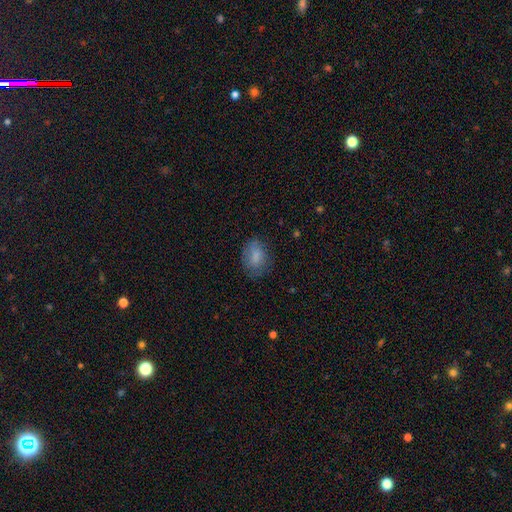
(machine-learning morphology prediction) This appears to be a smooth galaxy with no disk features (77%) that is in between round and cigar-shaped (80%). Merging: none (70%).